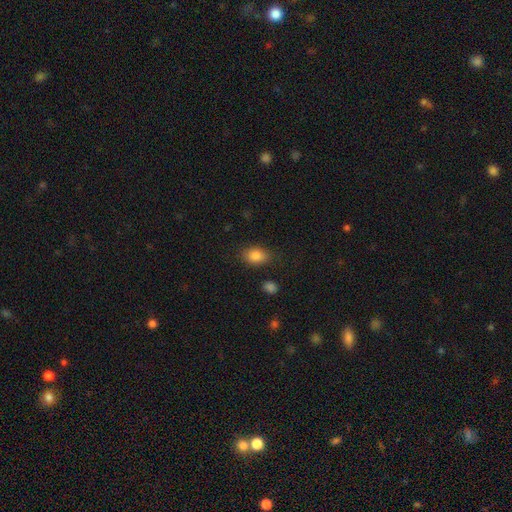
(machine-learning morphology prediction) type=smooth (84%); roundness=in between (79%); merging=none (82%).